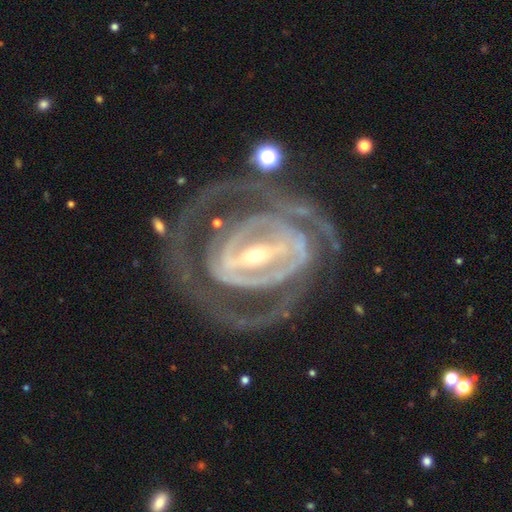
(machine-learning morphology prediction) A featured or disk galaxy (90%) with a strong bar (75%), 2 (44%) tight (66%) spiral arms (88%) and a small central bulge (68%).

Vote fractions:
- Smooth or featured? featured or disk: 90% / smooth: 5% / star or artifact: 5%
- Edge-on disk? no: 95% / yes: 5%
- Bar? strong: 75% / weak: 18% / no: 7%
- Spiral arms? yes: 88% / no: 12%
- Spiral winding? tight: 66% / medium: 26% / loose: 8%
- Spiral arm count? 2: 44% / can't tell: 27% / 3: 12% / 4: 7% / 1: 6% / more than 4: 5%
- Bulge size? small: 68% / moderate: 26% / large: 3% / none: 1% / dominant: 1%
- Merging? none: 62% / major disturbance: 20% / minor disturbance: 15% / merger: 3%